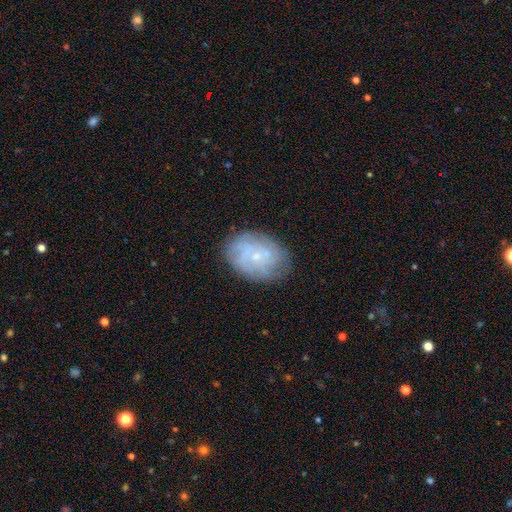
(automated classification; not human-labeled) Smooth or featured? featured or disk (59%)
Edge-on disk? no (96%)
Bar? no (77%)
Spiral arms? yes (79%)
Bulge size? small (80%)
Merging? none (79%)